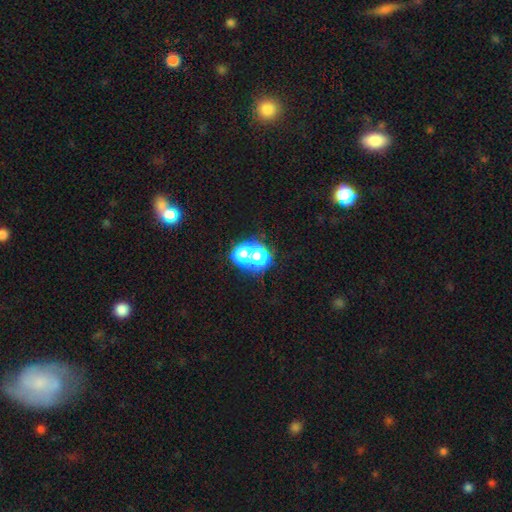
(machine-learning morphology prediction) Smooth or featured? Predicted: star or artifact (p=0.46).